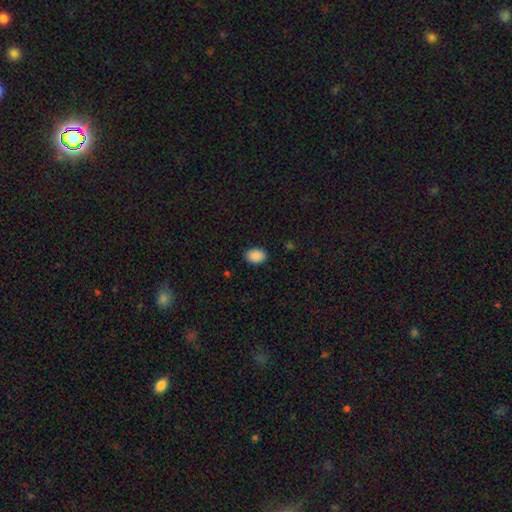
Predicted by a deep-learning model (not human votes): smooth-or-featured: smooth: 89% | star or artifact: 8% | featured or disk: 3%
  how-rounded: in between: 72% | round: 27% | cigar-shaped: 1%
  merging: none: 87% | minor disturbance: 9% | major disturbance: 2% | merger: 1%